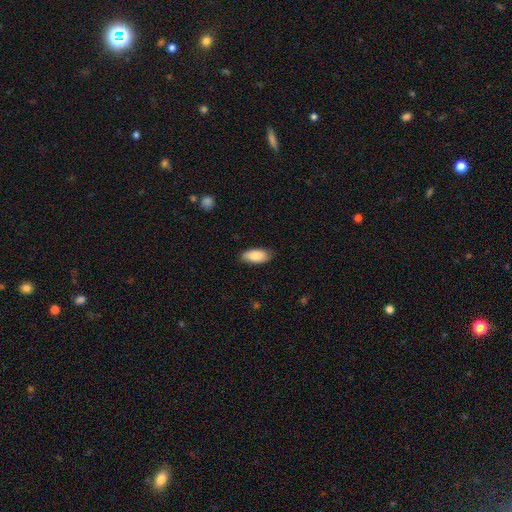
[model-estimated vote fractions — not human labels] This appears to be a smooth galaxy with no disk features (87%) that is in between round and cigar-shaped (90%). Merging: none (83%).